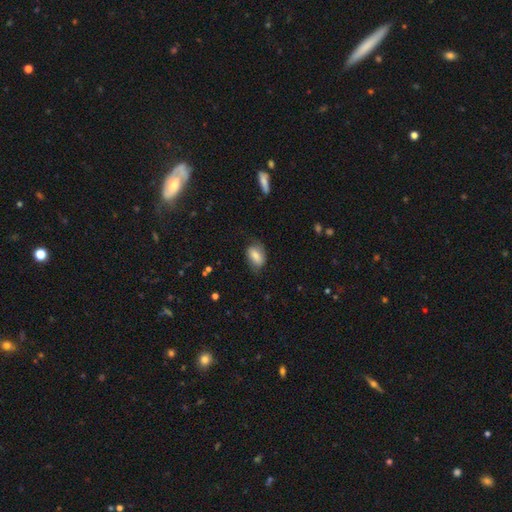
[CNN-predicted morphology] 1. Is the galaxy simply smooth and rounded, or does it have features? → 65% smooth, 28% featured or disk, 8% star or artifact.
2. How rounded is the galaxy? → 85% in between, 13% round, 2% cigar-shaped.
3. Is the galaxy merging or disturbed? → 64% none, 25% minor disturbance, 10% major disturbance, 1% merger.